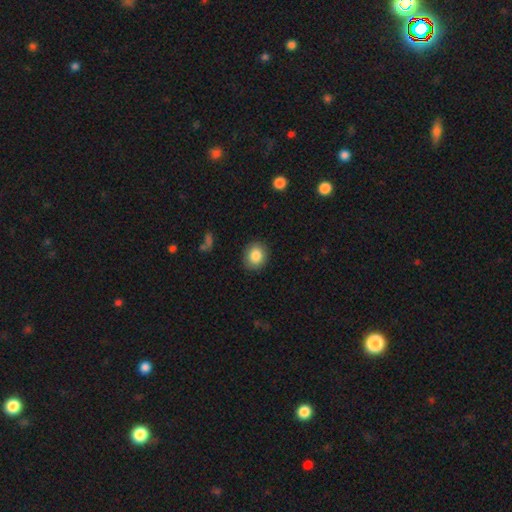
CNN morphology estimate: type=smooth (86%); roundness=round (61%); merging=none (87%).